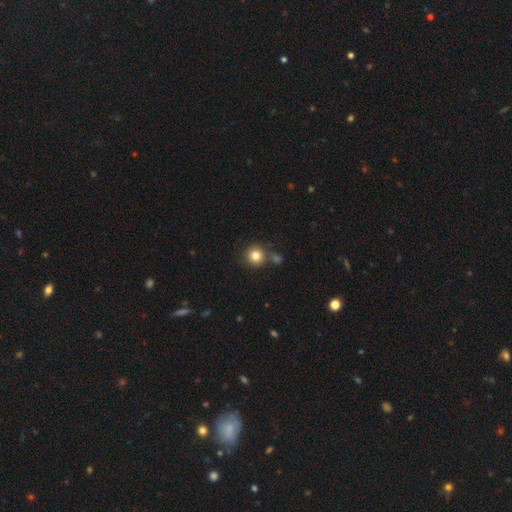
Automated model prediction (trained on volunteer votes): smooth 82%, star or artifact 11%, featured or disk 7%. Down the decision tree: how rounded — round (93%); merging — none (77%).